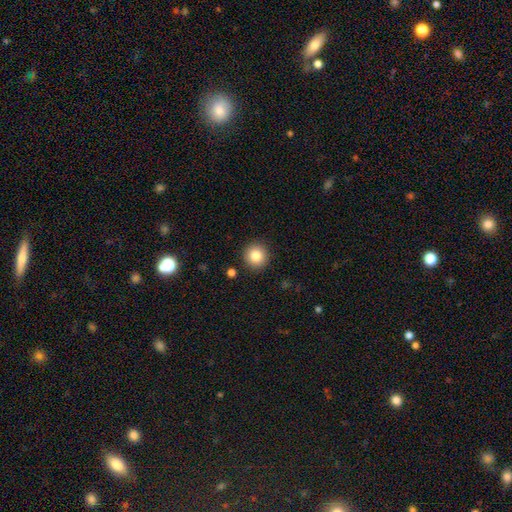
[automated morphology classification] Q: Smooth or featured?
A: smooth (84%); runner-up: star or artifact (10%)
Q: How rounded?
A: round (93%); runner-up: in between (6%)
Q: Merging?
A: none (91%); runner-up: minor disturbance (6%)